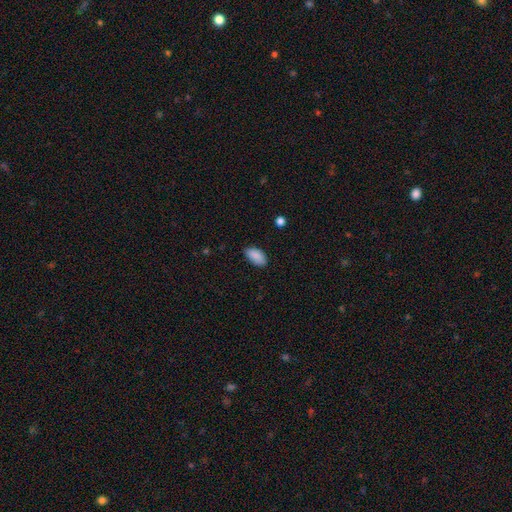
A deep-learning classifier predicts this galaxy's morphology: Smooth or featured? smooth (89%)
How rounded? in between (94%)
Merging? none (82%)